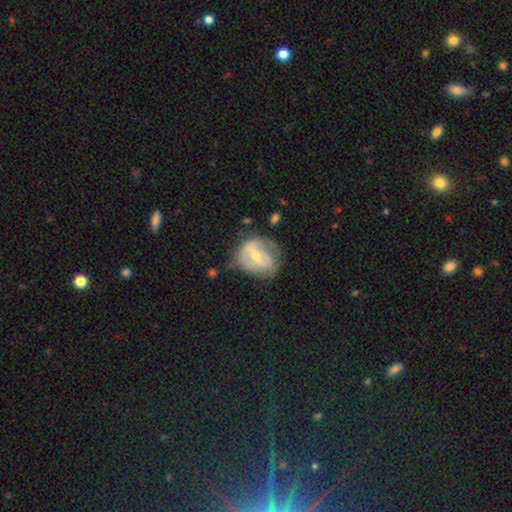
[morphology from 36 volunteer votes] This is likely a featured or disk galaxy (72%). It is clearly not viewed edge-on (100%). Bar: possibly weak (50%). Spiral arm pattern: likely yes (77%). Spiral arm count: possibly 2 (45%, tied with can't tell). Spiral winding: marginally medium (40%). Central bulge: likely small (65%). Merging: possibly none (53%).